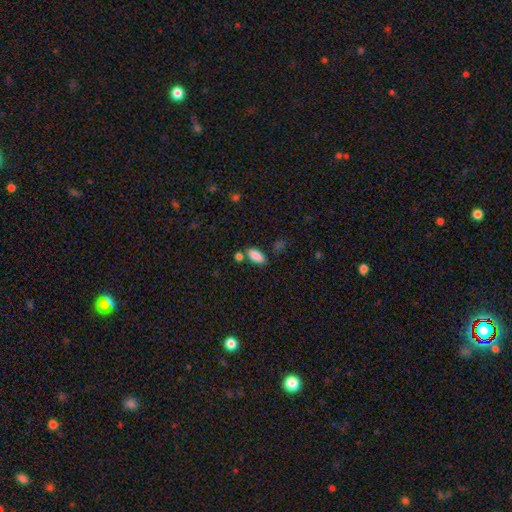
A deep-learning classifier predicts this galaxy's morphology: Overall: smooth (87%). How rounded: in between (88%). Merging: none (71%).